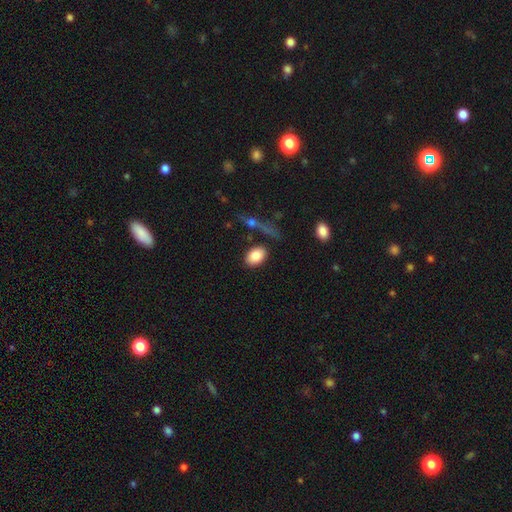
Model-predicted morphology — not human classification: smooth 85%, featured or disk 8%, star or artifact 7%. Down the decision tree: how rounded — in between (85%); merging — none (79%).